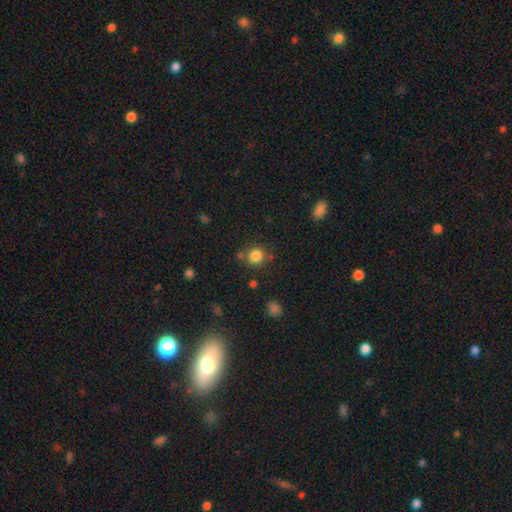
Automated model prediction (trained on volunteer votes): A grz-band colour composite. It shows a smooth galaxy with no disk features (83%) that is round (89%). Merging: none (75%).